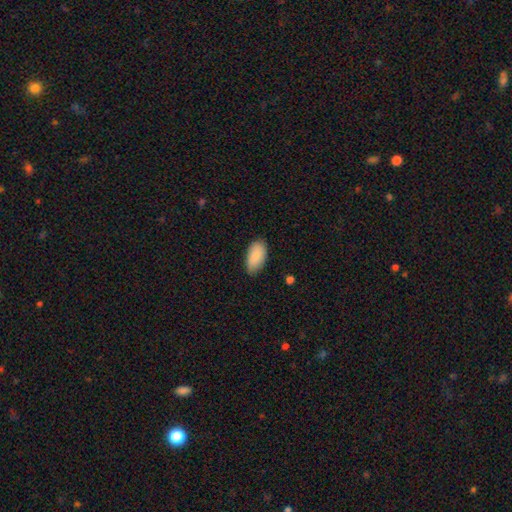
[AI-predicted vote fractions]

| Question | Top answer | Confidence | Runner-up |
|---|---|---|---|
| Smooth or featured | smooth | 89% | star or artifact (6%) |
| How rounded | in between | 95% | cigar-shaped (3%) |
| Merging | none | 80% | minor disturbance (17%) |